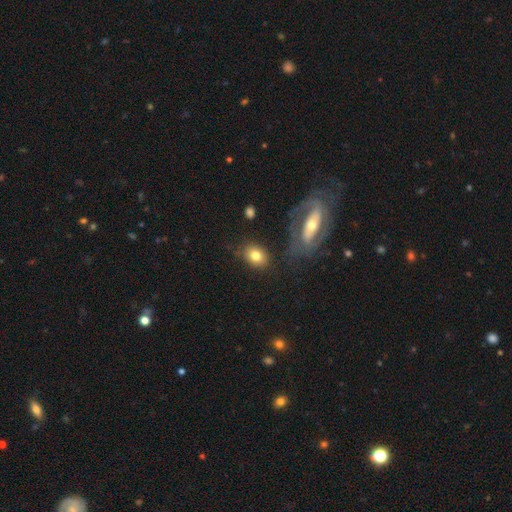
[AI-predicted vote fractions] This appears to be a smooth galaxy with no disk features (77%) that is in between round and cigar-shaped (63%). Merging: none (75%).